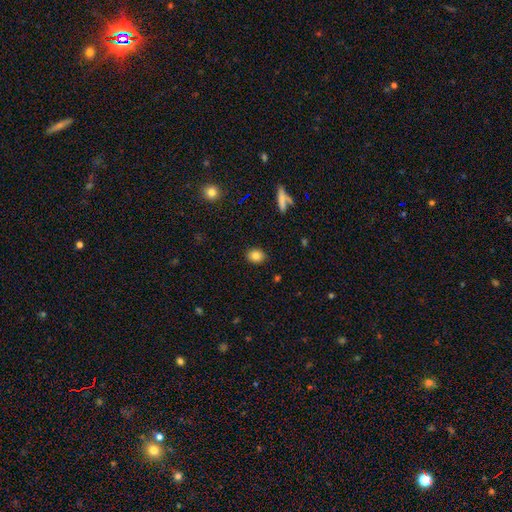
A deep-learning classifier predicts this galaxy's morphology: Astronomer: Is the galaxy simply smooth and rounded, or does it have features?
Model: smooth — 82%.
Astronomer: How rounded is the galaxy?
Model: in between — 53% (runner-up: round, 46%).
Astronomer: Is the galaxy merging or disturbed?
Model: none — 88%.